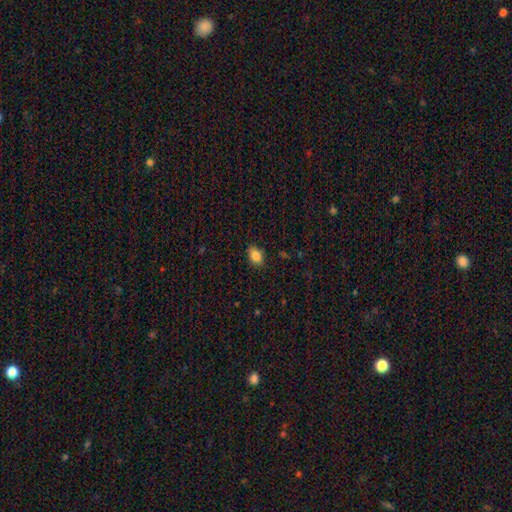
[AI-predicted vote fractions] This appears to be a smooth galaxy with no disk features (86%) that is in between round and cigar-shaped (81%). Merging: none (84%).